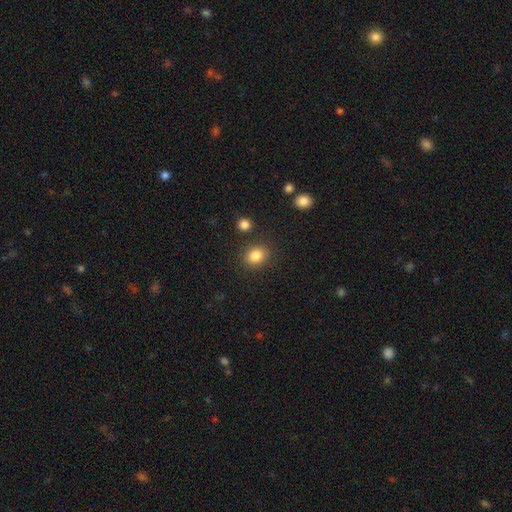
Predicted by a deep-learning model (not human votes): Q: Smooth or featured?
A: smooth (85%); runner-up: star or artifact (10%)
Q: How rounded?
A: round (66%); runner-up: in between (33%)
Q: Merging?
A: none (85%); runner-up: minor disturbance (9%)